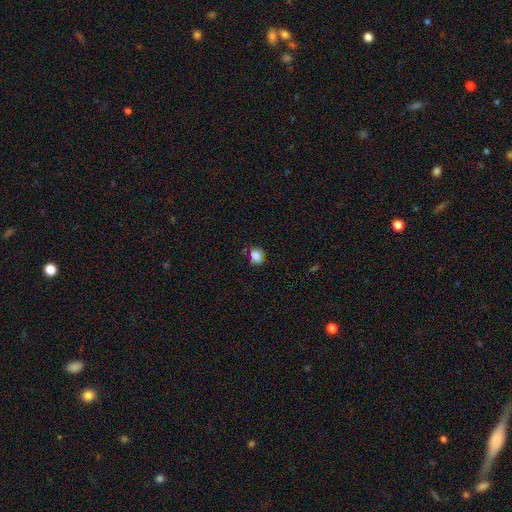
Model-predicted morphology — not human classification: Smooth or featured?
  - smooth: 83% *
  - star or artifact: 11%
  - featured or disk: 6%
How rounded?
  - round: 66% *
  - in between: 33%
  - cigar-shaped: 1%
Merging?
  - none: 64% *
  - minor disturbance: 25%
  - major disturbance: 6%
  - merger: 4%